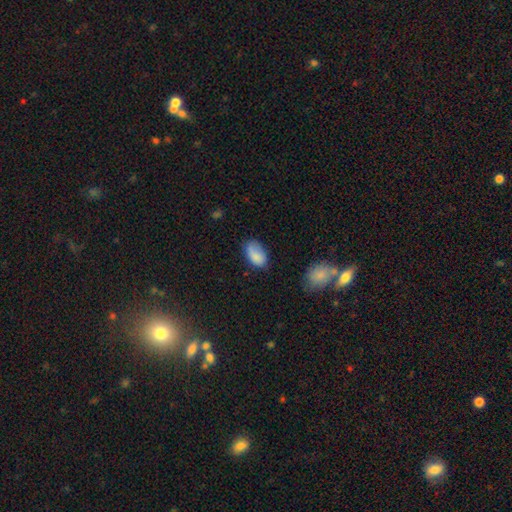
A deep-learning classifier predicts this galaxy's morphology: Q: Smooth or featured?
A: smooth (82%); runner-up: featured or disk (10%)
Q: How rounded?
A: in between (92%); runner-up: round (6%)
Q: Merging?
A: none (57%); runner-up: minor disturbance (29%)